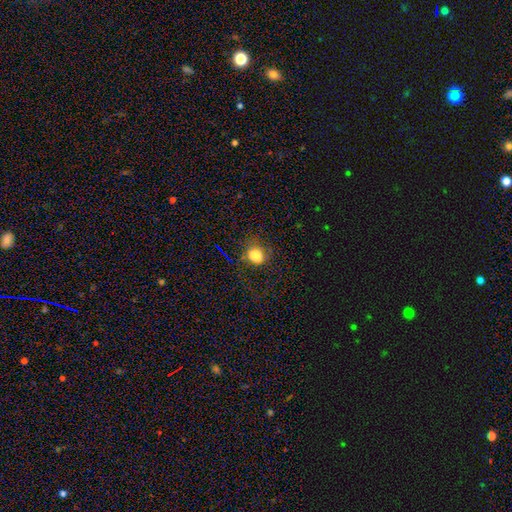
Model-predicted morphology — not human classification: Smooth or featured: smooth — 76% (star or artifact — 17%)
How rounded: round — 64% (in between — 34%)
Merging: none — 62% (minor disturbance — 20%)